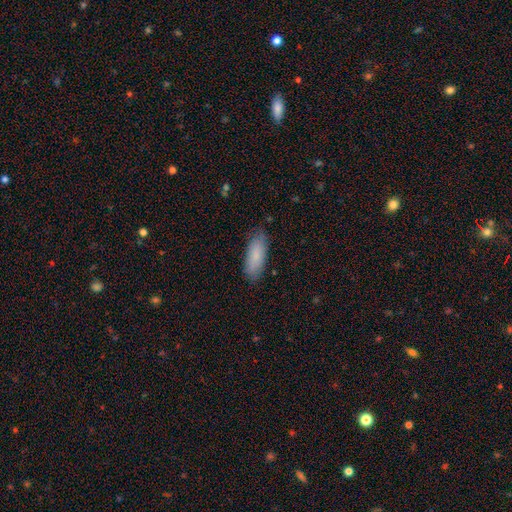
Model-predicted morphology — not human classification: The model was most divided on "how rounded": in between: 68%, cigar-shaped: 30%, round: 2%. More confident: smooth or featured — smooth (84%); merging — none (83%).